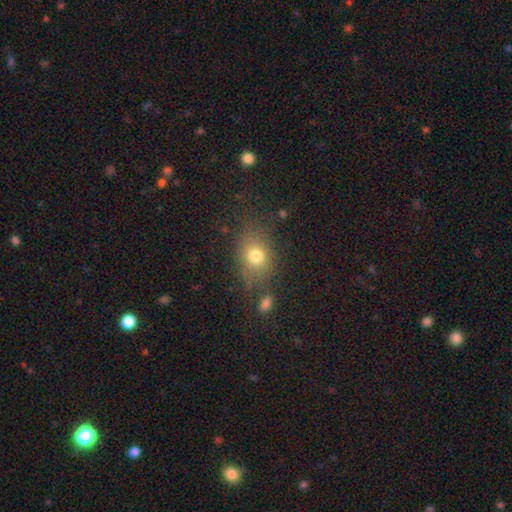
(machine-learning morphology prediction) Smooth or featured: smooth — 74% (star or artifact — 14%)
How rounded: in between — 58% (round — 40%)
Merging: none — 73% (minor disturbance — 15%)